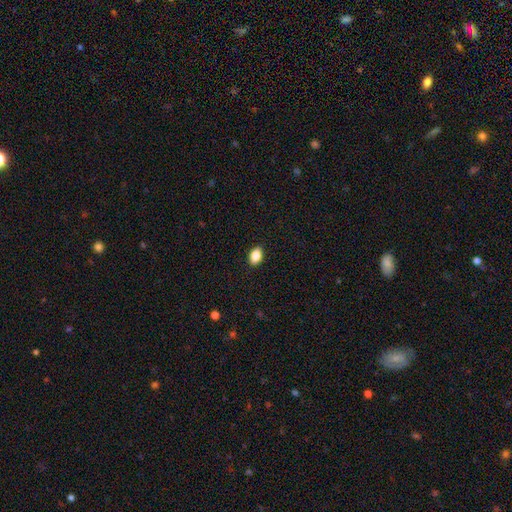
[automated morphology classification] The model was most divided on "how rounded": in between: 87%, round: 12%, cigar-shaped: 2%. More confident: merging — none (89%); smooth or featured — smooth (86%).